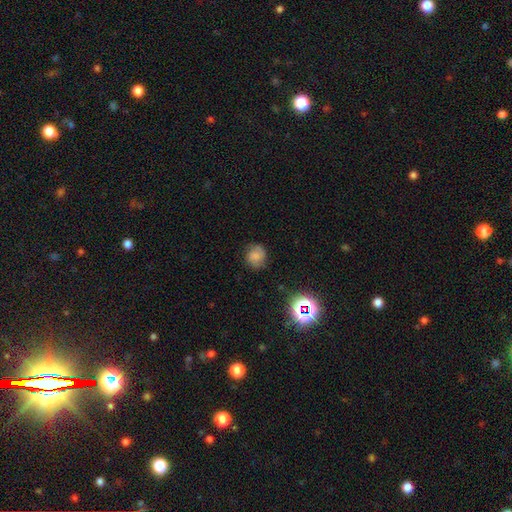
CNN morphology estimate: smooth-or-featured: smooth: 53% | featured or disk: 32% | star or artifact: 15%
  how-rounded: round: 79% | in between: 20% | cigar-shaped: 1%
  merging: none: 74% | minor disturbance: 18% | major disturbance: 6% | merger: 2%